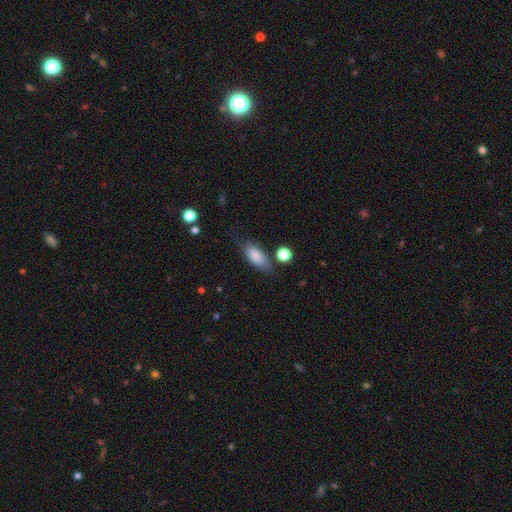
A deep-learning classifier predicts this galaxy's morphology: The model was most divided on "merging": none: 66%, minor disturbance: 22%, major disturbance: 7%, merger: 5%. More confident: how rounded — in between (83%); smooth or featured — smooth (81%).